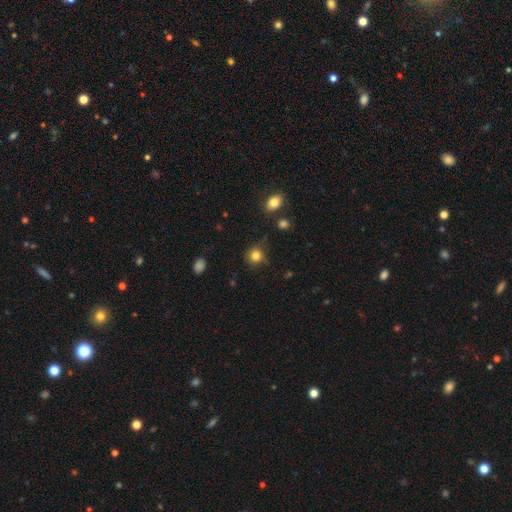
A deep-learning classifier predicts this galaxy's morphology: The model was most divided on "merging": none: 74%, minor disturbance: 19%, major disturbance: 5%, merger: 2%. More confident: how rounded — round (87%); smooth or featured — smooth (82%).